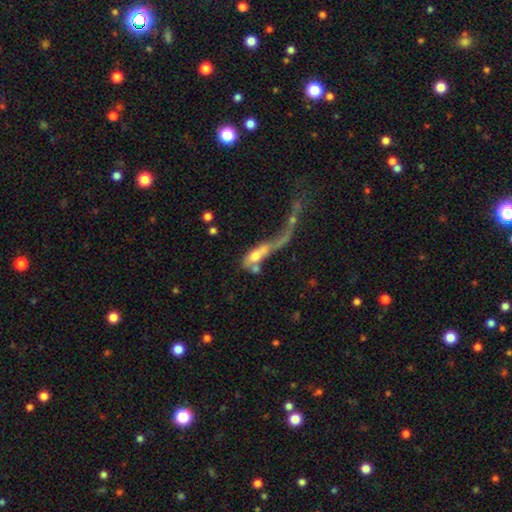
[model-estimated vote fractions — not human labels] This appears to be a smooth galaxy with no disk features (47%). Merging: merger (44%).